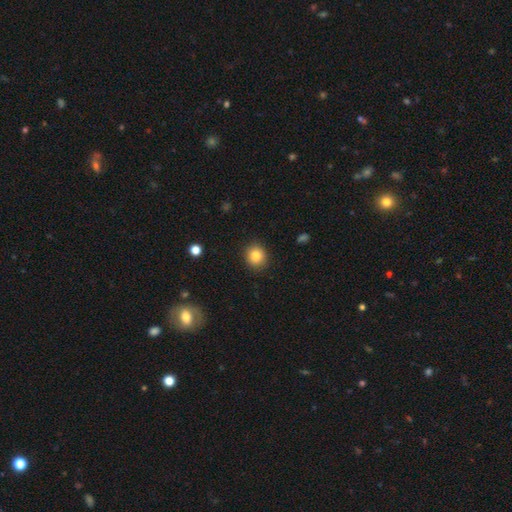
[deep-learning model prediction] Smooth or featured? smooth (84%)
How rounded? round (84%)
Merging? none (90%)